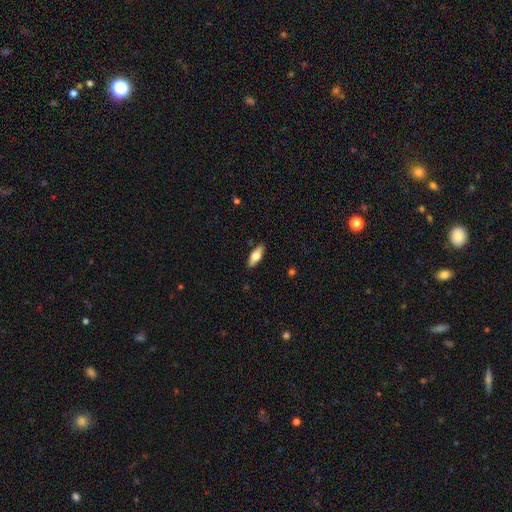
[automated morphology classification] Overall: smooth (60%; featured or disk 34%). How rounded: in between (64%; cigar-shaped 33%). Merging: none (88%).